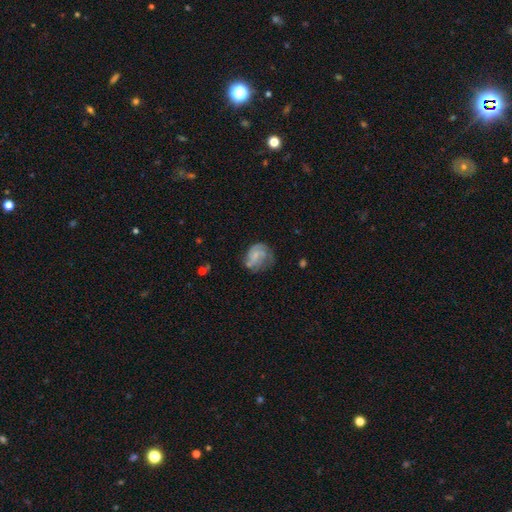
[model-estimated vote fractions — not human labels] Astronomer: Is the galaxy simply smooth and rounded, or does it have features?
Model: featured or disk — 54% (runner-up: smooth, 37%).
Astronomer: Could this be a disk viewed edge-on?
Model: no — 98%.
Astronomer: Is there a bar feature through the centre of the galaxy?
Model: no — 62%.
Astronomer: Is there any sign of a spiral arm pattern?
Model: yes — 76%.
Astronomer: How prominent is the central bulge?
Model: small — 50% (runner-up: none, 28%).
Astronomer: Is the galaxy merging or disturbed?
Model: none — 47% (runner-up: minor disturbance, 27%).